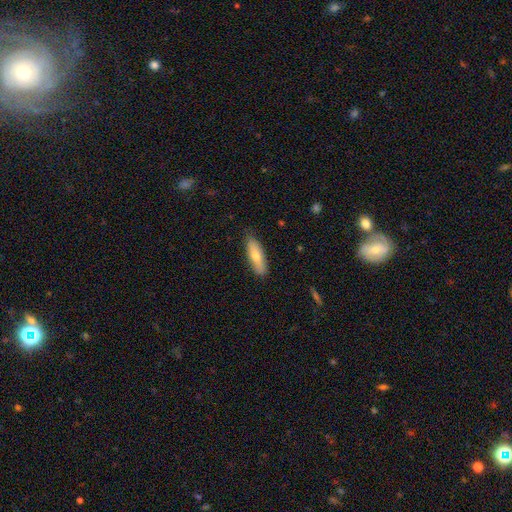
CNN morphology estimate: Smooth or featured? Predicted: smooth (p=0.64). How rounded? Predicted: cigar-shaped (p=0.54). Merging? Predicted: none (p=0.85).